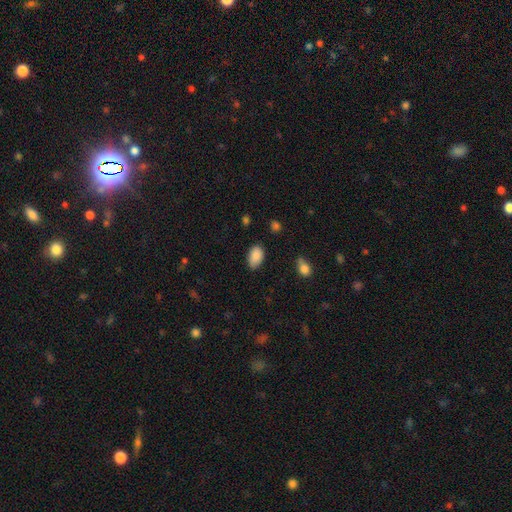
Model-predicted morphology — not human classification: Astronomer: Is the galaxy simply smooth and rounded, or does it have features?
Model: smooth — 89%.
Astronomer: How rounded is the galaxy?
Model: in between — 92%.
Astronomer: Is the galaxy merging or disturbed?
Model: none — 77%.